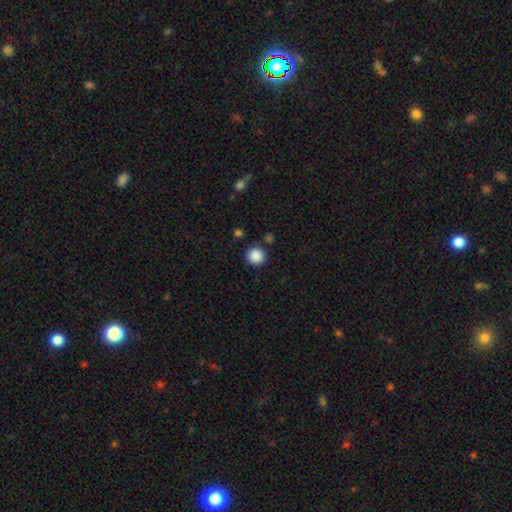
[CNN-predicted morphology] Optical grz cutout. It shows a smooth galaxy with no disk features (88%) that is round (95%). Merging: none (88%).